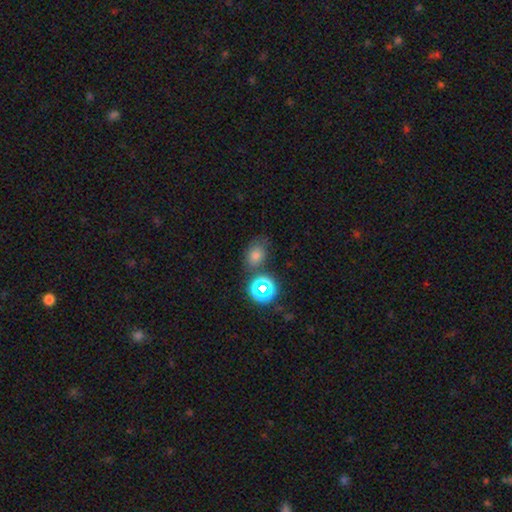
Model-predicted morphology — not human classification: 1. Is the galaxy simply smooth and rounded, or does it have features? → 69% smooth, 22% star or artifact, 10% featured or disk.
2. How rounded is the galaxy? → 61% in between, 37% round, 1% cigar-shaped.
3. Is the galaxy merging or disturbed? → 66% none, 17% minor disturbance, 11% merger, 5% major disturbance.